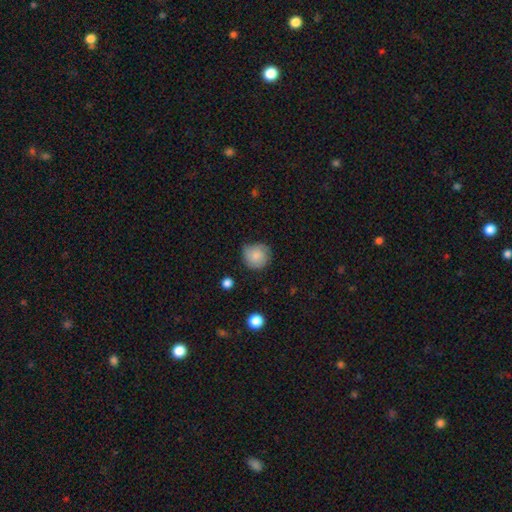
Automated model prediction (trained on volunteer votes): Smooth or featured? smooth (80%)
How rounded? round (90%)
Merging? none (69%)